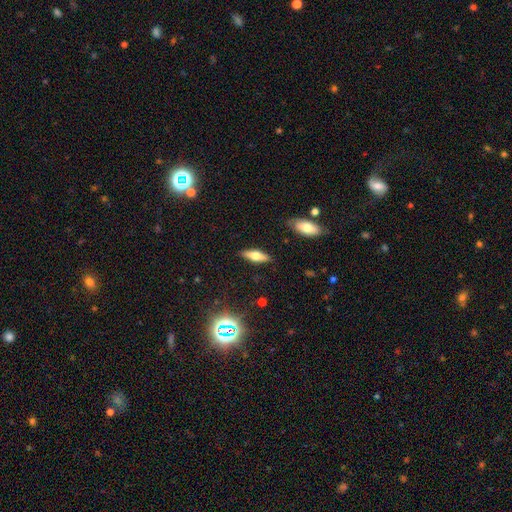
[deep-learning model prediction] Smooth or featured? Predicted: smooth (p=0.58). How rounded? Predicted: in between (p=0.55). Merging? Predicted: none (p=0.87).